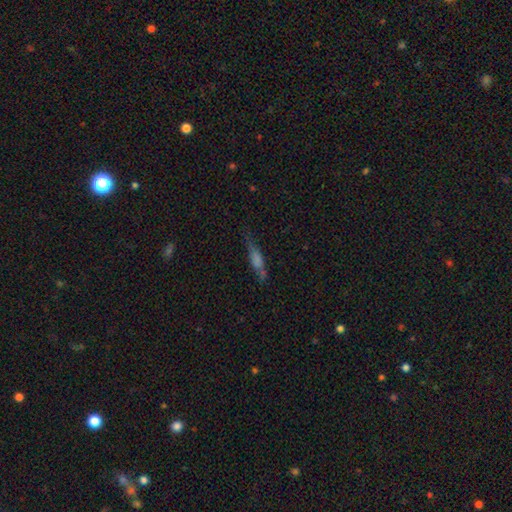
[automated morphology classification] A featured or disk galaxy (43%). Merging: none (65%).